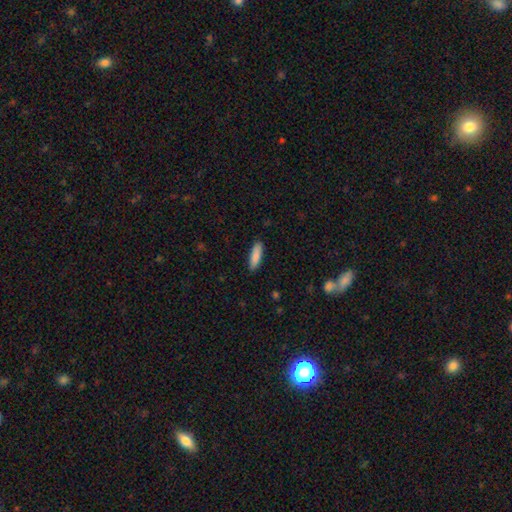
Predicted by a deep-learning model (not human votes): smooth_or_featured: smooth (p=0.88) [alt: featured or disk p=0.07]
how_rounded: cigar-shaped (p=0.57) [alt: in between p=0.41]
merging: none (p=0.89) [alt: minor disturbance p=0.08]